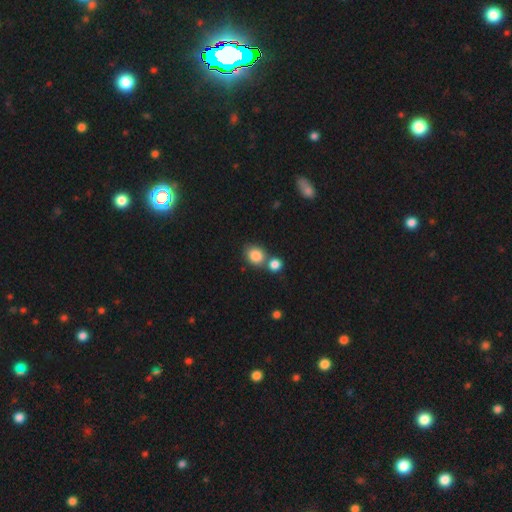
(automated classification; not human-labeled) Morphology: type=smooth (84%); roundness=round (58%); merging=none (53%).